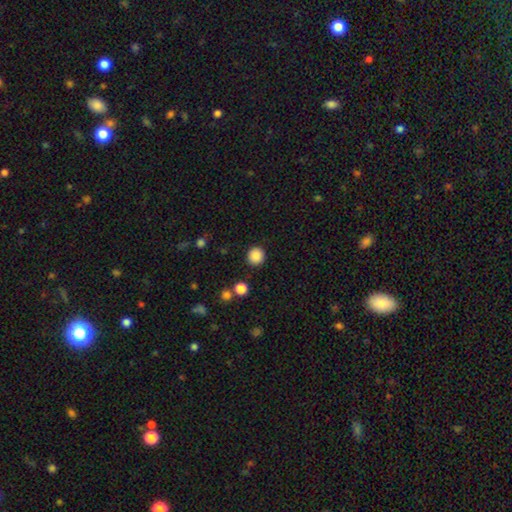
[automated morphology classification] smooth_or_featured: smooth (p=0.87) [alt: star or artifact p=0.10]
how_rounded: round (p=0.93) [alt: in between p=0.06]
merging: none (p=0.90) [alt: minor disturbance p=0.06]